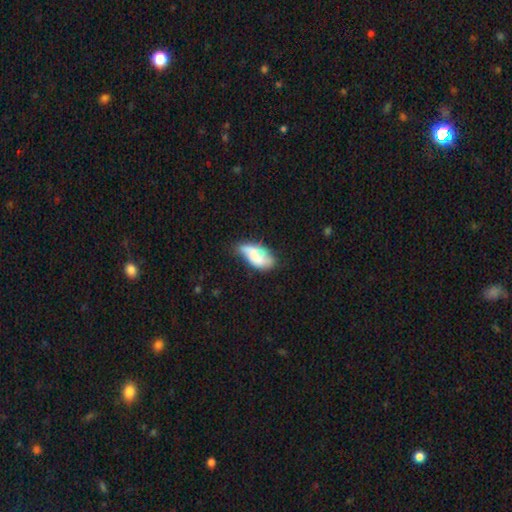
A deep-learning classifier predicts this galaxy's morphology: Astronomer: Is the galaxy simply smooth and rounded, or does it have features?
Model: smooth — 55% (runner-up: featured or disk, 37%).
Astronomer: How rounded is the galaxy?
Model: in between — 86%.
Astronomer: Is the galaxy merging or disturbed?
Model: none — 40% (runner-up: minor disturbance, 37%).